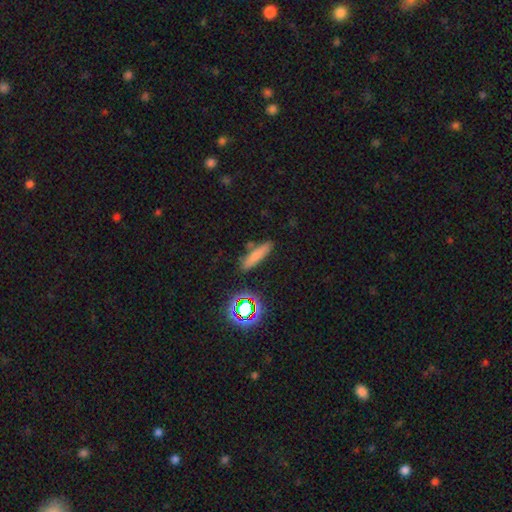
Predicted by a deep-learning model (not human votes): smooth-or-featured: smooth: 70% | star or artifact: 16% | featured or disk: 14%
  how-rounded: cigar-shaped: 77% | in between: 19% | round: 4%
  merging: none: 79% | minor disturbance: 12% | merger: 6% | major disturbance: 3%